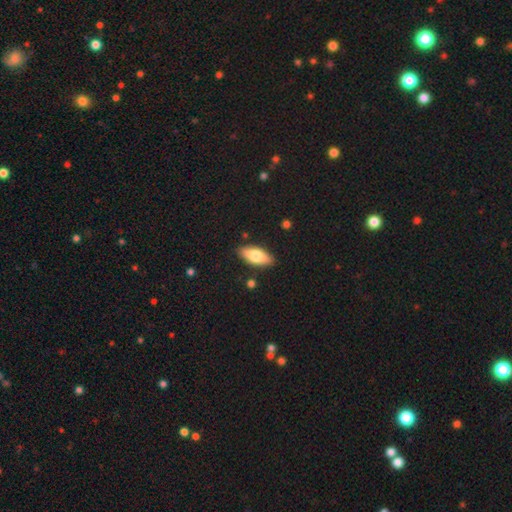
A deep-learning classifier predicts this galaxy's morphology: A smooth galaxy with no disk features (73%) that is in between round and cigar-shaped (81%).

Vote fractions:
- Smooth or featured? smooth: 73% / featured or disk: 21% / star or artifact: 6%
- How rounded? in between: 81% / cigar-shaped: 16% / round: 2%
- Merging? none: 87% / minor disturbance: 9% / major disturbance: 2% / merger: 2%